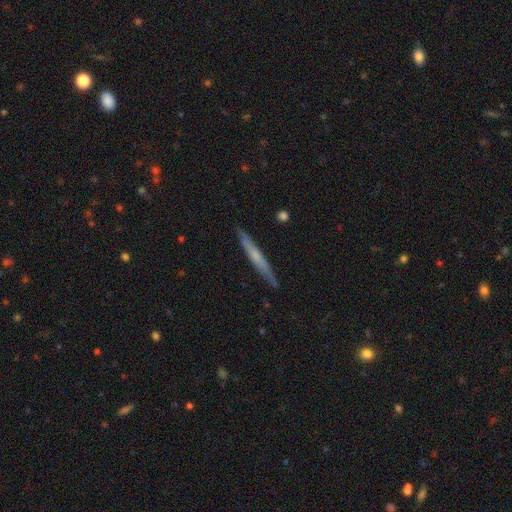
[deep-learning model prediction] Overall: featured or disk (51%; smooth 43%). Edge-on disk: yes (96%). Merging: none (89%).